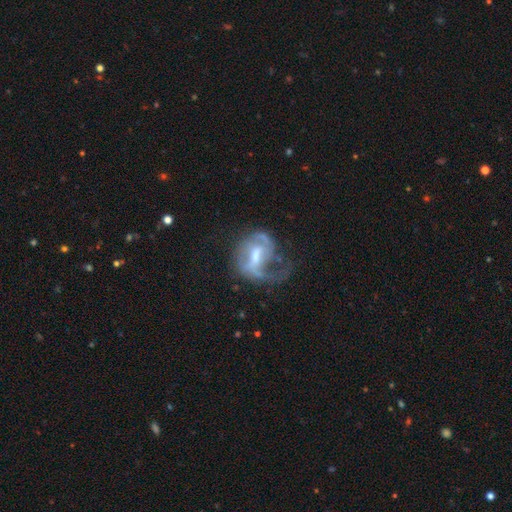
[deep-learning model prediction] Smooth or featured?
  - featured or disk: 78% *
  - smooth: 14%
  - star or artifact: 8%
Edge-on disk?
  - no: 97% *
  - yes: 3%
Bar?
  - weak: 51% *
  - strong: 27%
  - no: 22%
Spiral arms?
  - yes: 83% *
  - no: 17%
Spiral winding?
  - medium: 41% *
  - loose: 38%
  - tight: 20%
Spiral arm count?
  - 2: 42% *
  - 1: 35%
  - can't tell: 16%
  - 3: 4%
  - 4: 2%
  - more than 4: 2%
Bulge size?
  - moderate: 54% *
  - small: 30%
  - large: 8%
  - none: 7%
  - dominant: 1%
Merging?
  - major disturbance: 41% *
  - none: 35%
  - minor disturbance: 20%
  - merger: 4%